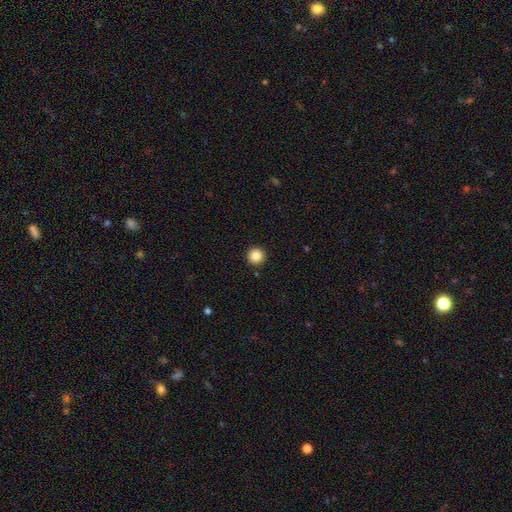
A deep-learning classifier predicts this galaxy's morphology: This is clearly a smooth galaxy (85%). How rounded: clearly round (96%). Merging: clearly none (93%).